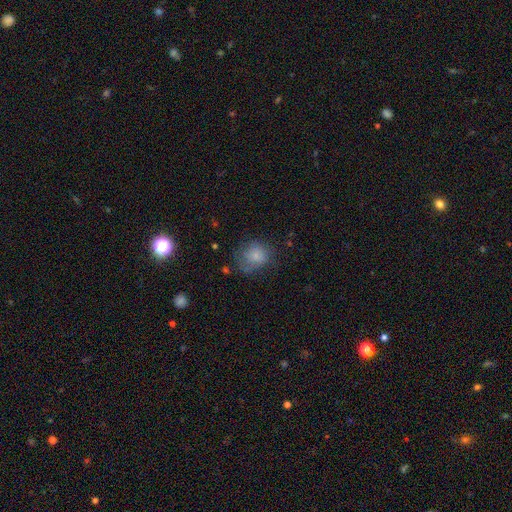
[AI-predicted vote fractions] Morphology: type=smooth (73%); roundness=round (73%); merging=none (52%).